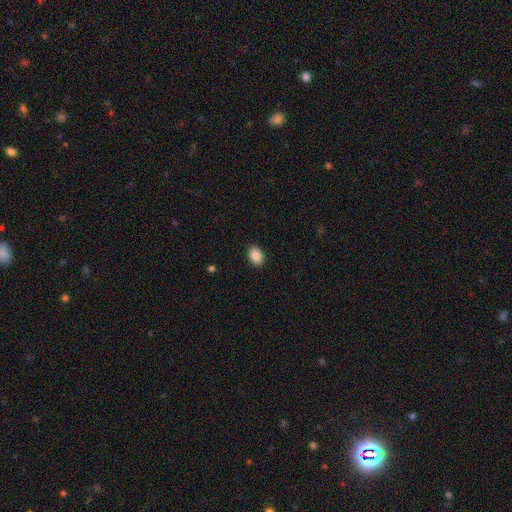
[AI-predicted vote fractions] Smooth or featured?
  - smooth: 89% *
  - star or artifact: 8%
  - featured or disk: 3%
How rounded?
  - in between: 80% *
  - round: 19%
  - cigar-shaped: 1%
Merging?
  - none: 89% *
  - minor disturbance: 8%
  - major disturbance: 2%
  - merger: 1%